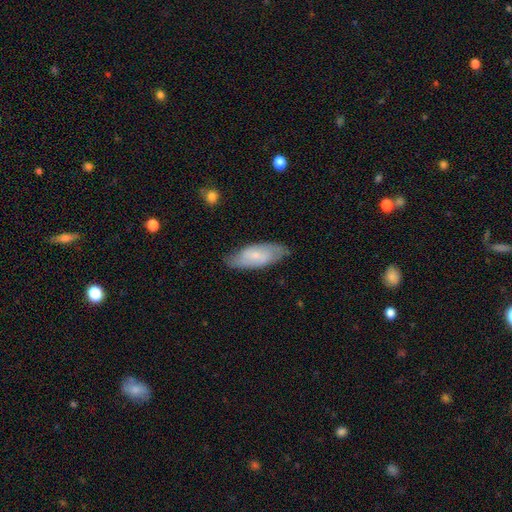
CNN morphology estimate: Smooth or featured: smooth — 52% (featured or disk — 42%)
How rounded: in between — 75% (cigar-shaped — 23%)
Merging: none — 76% (minor disturbance — 19%)